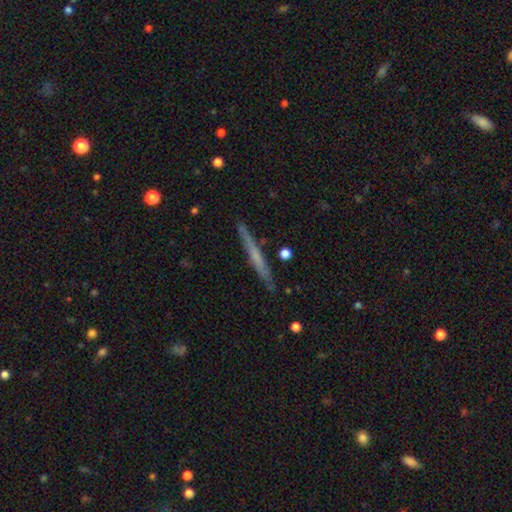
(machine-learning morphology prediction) Smooth or featured: featured or disk — 50% (smooth — 44%)
Merging: none — 88% (minor disturbance — 9%)